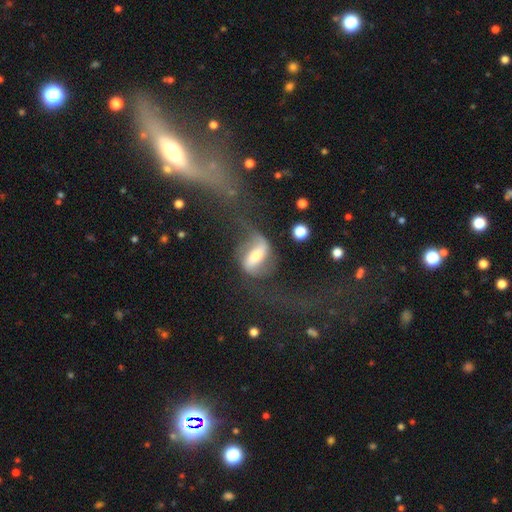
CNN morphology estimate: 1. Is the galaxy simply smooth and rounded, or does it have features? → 76% featured or disk, 17% smooth, 7% star or artifact.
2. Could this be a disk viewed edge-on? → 92% no, 8% yes.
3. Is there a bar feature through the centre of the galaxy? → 56% strong, 30% weak, 14% no.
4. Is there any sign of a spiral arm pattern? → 86% yes, 14% no.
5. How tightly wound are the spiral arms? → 74% loose, 20% medium, 6% tight.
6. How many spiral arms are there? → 88% 2, 4% can't tell, 4% 1, 1% 3, 1% 4, 1% more than 4.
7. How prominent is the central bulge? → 55% moderate, 30% small, 10% large, 3% none, 2% dominant.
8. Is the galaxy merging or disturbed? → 39% none, 37% major disturbance, 15% minor disturbance, 9% merger.